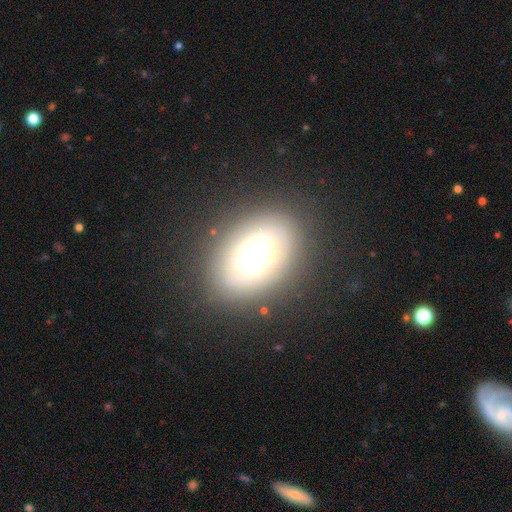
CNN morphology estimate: smooth_or_featured: smooth (p=0.53) [alt: featured or disk p=0.33]
how_rounded: in between (p=0.74) [alt: round p=0.24]
merging: none (p=0.80) [alt: minor disturbance p=0.12]